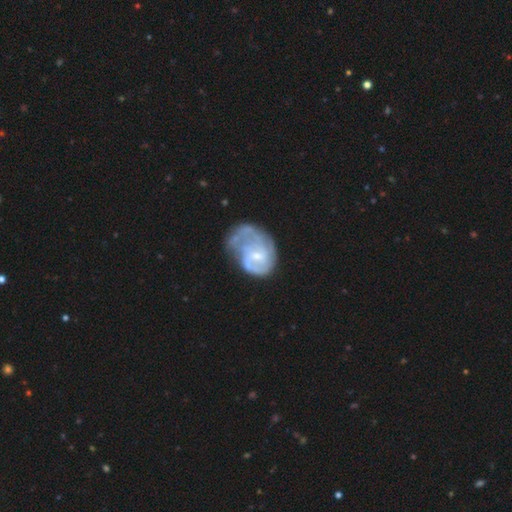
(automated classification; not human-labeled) smooth-or-featured: featured or disk: 78% | smooth: 17% | star or artifact: 6%
  disk-edge-on: no: 98% | yes: 2%
    bar: weak: 49% | no: 43% | strong: 8%
    has-spiral-arms: yes: 86% | no: 14%
      spiral-winding: tight: 40% | medium: 39% | loose: 21%
      spiral-arm-count: 2: 39% | can't tell: 28% | 1: 17% | 3: 9% | 4: 3% | more than 4: 3%
    bulge-size: small: 62% | moderate: 28% | none: 7% | large: 2% | dominant: 1%
  merging: major disturbance: 36% | none: 30% | minor disturbance: 29% | merger: 5%